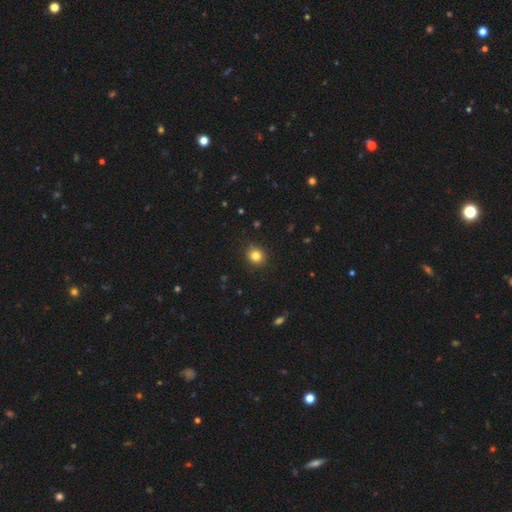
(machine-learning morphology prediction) Smooth or featured: smooth — 83% (star or artifact — 12%)
How rounded: round — 87% (in between — 12%)
Merging: none — 88% (minor disturbance — 9%)